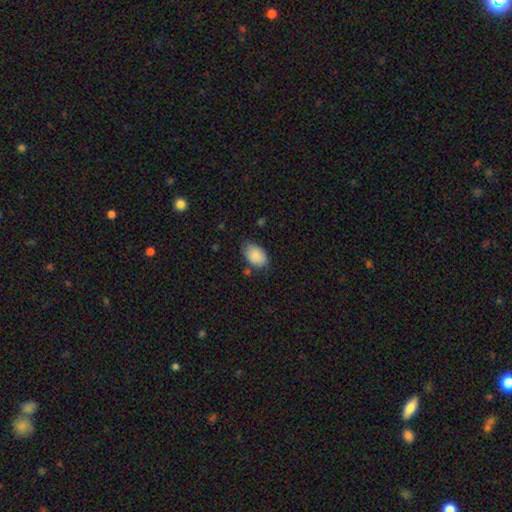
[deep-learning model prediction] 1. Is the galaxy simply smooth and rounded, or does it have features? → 88% smooth, 7% star or artifact, 5% featured or disk.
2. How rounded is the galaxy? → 88% in between, 11% round, 1% cigar-shaped.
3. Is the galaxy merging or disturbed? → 71% none, 21% minor disturbance, 4% major disturbance, 3% merger.